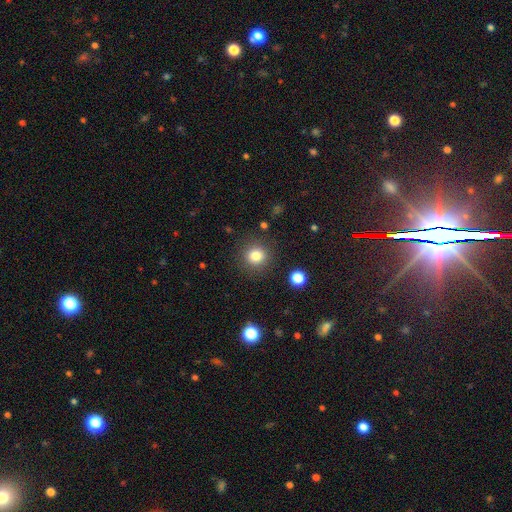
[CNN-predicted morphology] Smooth or featured? Predicted: smooth (p=0.81). How rounded? Predicted: round (p=0.92). Merging? Predicted: none (p=0.88).